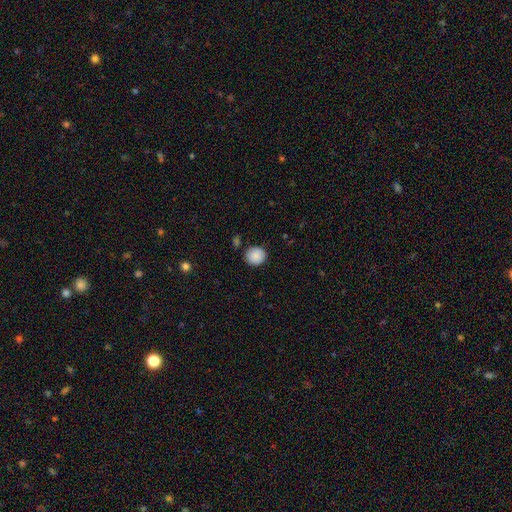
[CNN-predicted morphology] smooth-or-featured: smooth: 89% | star or artifact: 8% | featured or disk: 4%
  how-rounded: round: 88% | in between: 11% | cigar-shaped: 1%
  merging: none: 86% | minor disturbance: 9% | merger: 3% | major disturbance: 2%